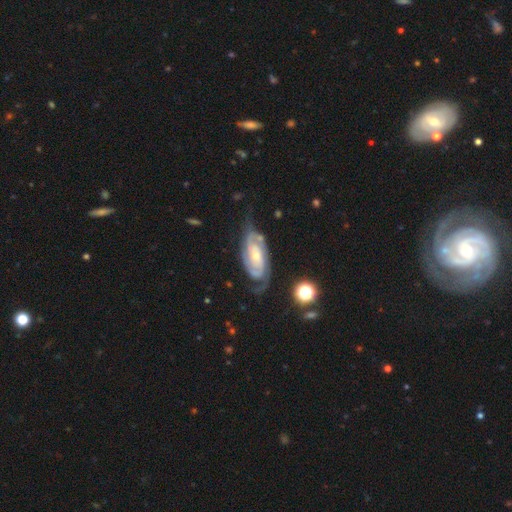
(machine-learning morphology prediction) This appears to be a featured or disk galaxy (88%) with no bar (58%), 2 (64%) tight (61%) spiral arms (97%) and a small central bulge (57%). Merging: none (63%).